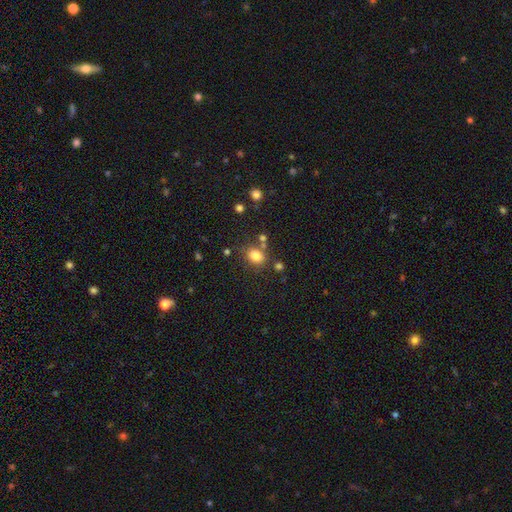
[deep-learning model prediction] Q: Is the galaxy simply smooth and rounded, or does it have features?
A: smooth — 81%.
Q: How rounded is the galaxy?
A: round — 50%.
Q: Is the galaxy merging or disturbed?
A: none — 69%.